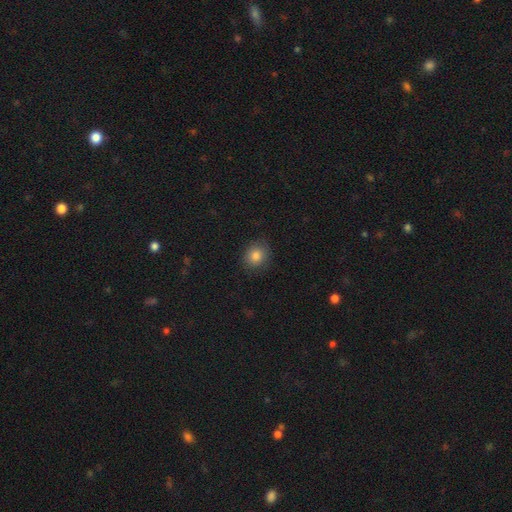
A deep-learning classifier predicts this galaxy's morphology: A smooth galaxy with no disk features (82%) that is round (73%). Merging: none (83%).